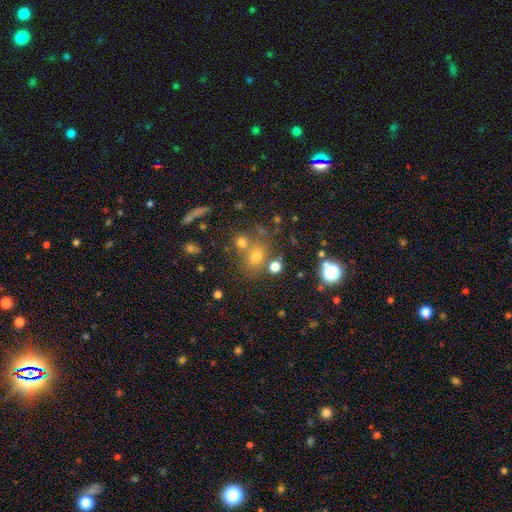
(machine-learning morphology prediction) A smooth galaxy with no disk features (63%) that is round (75%). Merging: none (62%).